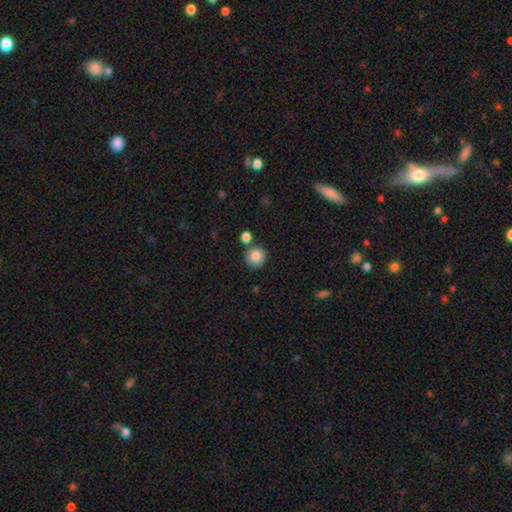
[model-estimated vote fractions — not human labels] A smooth galaxy with no disk features (85%) that is round (92%). Merging: none (78%).